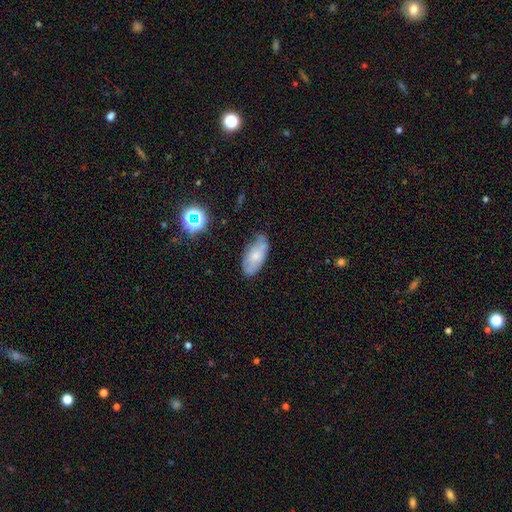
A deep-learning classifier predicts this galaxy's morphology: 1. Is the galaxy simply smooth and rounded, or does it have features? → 57% smooth, 34% featured or disk, 9% star or artifact.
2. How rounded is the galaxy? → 89% in between, 8% cigar-shaped, 3% round.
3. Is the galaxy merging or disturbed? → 61% none, 29% minor disturbance, 7% major disturbance, 3% merger.